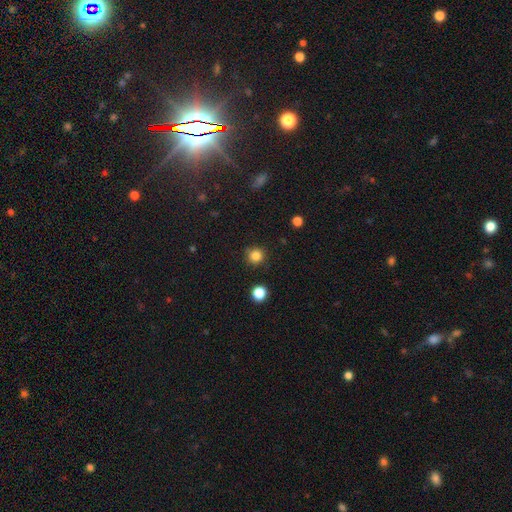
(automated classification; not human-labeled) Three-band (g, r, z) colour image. It shows a smooth galaxy with no disk features (84%) that is round (94%). Merging: none (89%).